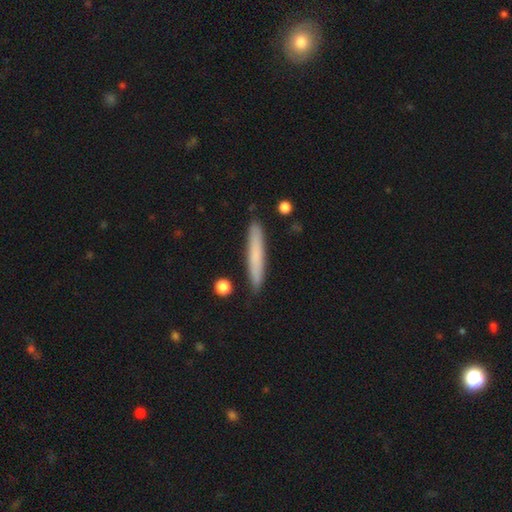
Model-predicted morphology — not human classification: Smooth or featured?
  - smooth: 70% *
  - featured or disk: 23%
  - star or artifact: 7%
How rounded?
  - cigar-shaped: 95% *
  - in between: 4%
  - round: 1%
Merging?
  - none: 87% *
  - minor disturbance: 9%
  - merger: 2%
  - major disturbance: 2%